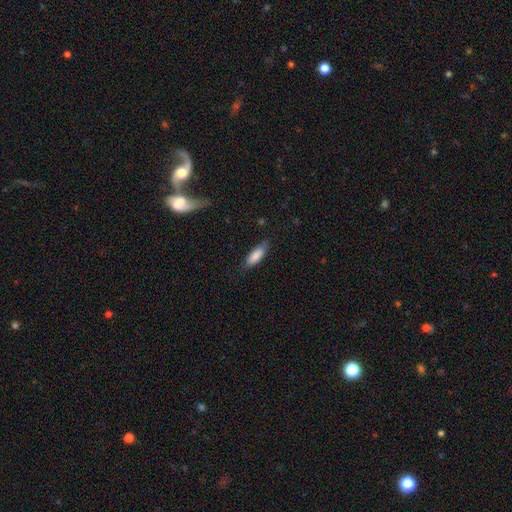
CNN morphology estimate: Smooth or featured? smooth (85%)
How rounded? in between (61%)
Merging? none (79%)